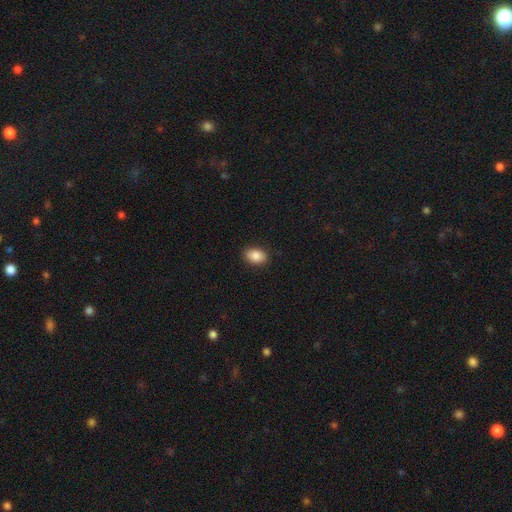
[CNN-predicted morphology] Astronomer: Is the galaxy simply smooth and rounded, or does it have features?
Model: smooth — 87%.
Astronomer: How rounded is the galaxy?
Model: in between — 86%.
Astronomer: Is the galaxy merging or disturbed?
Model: none — 89%.